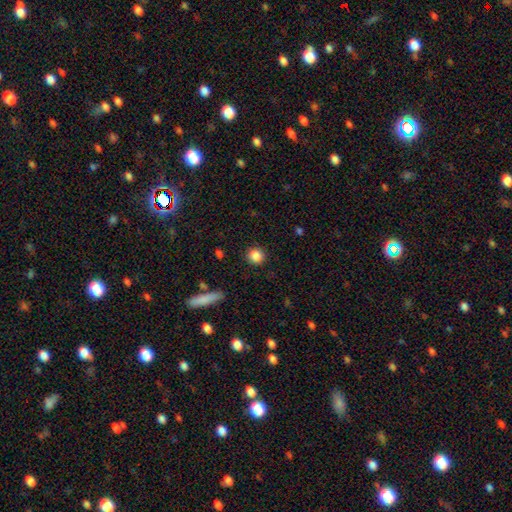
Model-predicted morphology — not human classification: Q: Smooth or featured?
A: smooth (86%); runner-up: star or artifact (10%)
Q: How rounded?
A: round (90%); runner-up: in between (8%)
Q: Merging?
A: none (90%); runner-up: minor disturbance (7%)